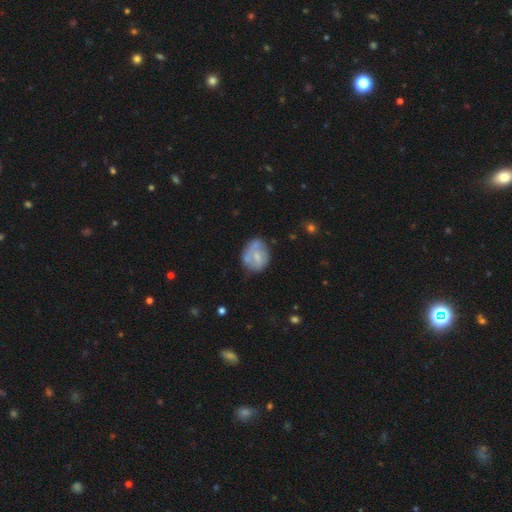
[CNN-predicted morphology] Smooth or featured: smooth — 50% (featured or disk — 42%)
Merging: none — 50% (minor disturbance — 27%)